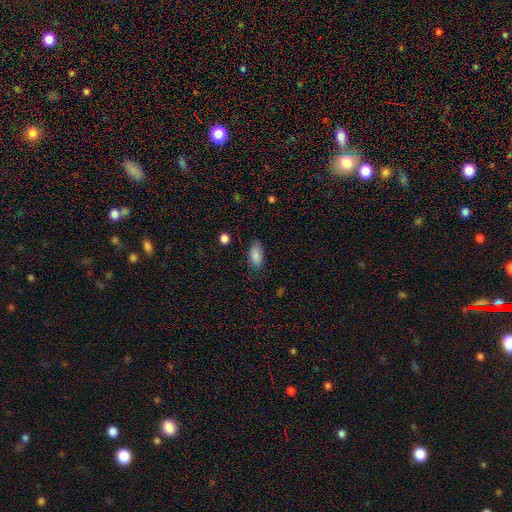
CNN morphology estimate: smooth-or-featured: smooth: 87% | star or artifact: 8% | featured or disk: 5%
  how-rounded: in between: 91% | cigar-shaped: 5% | round: 4%
  merging: none: 79% | minor disturbance: 16% | major disturbance: 4% | merger: 1%